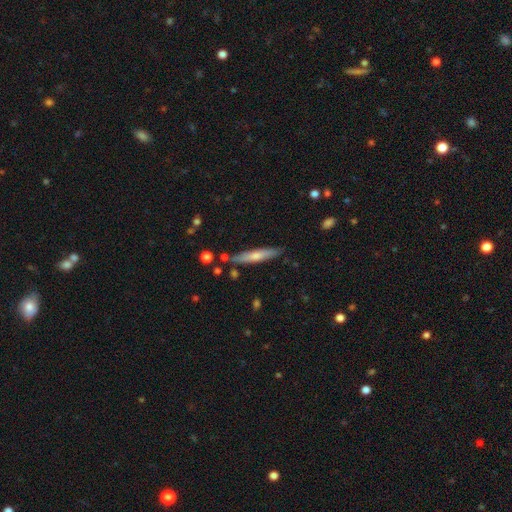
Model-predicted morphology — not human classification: Smooth or featured: smooth — 55% (featured or disk — 39%)
How rounded: cigar-shaped — 90% (in between — 8%)
Merging: none — 81% (minor disturbance — 13%)